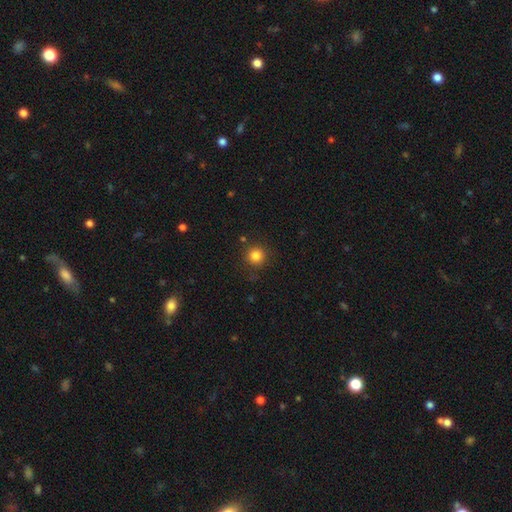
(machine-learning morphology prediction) This appears to be a smooth galaxy with no disk features (83%) that is round (94%). Merging: none (87%).